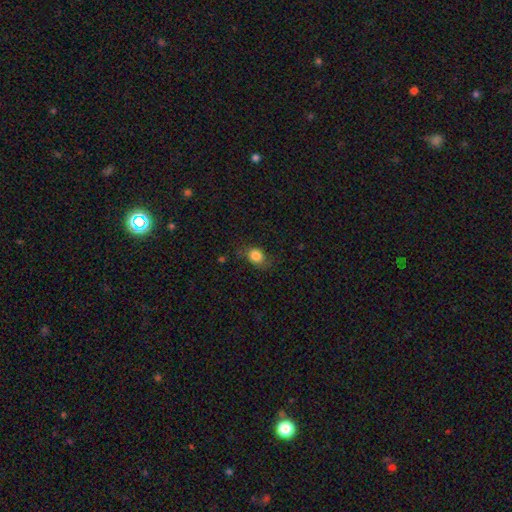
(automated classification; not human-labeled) This appears to be a smooth galaxy with no disk features (83%) that is round (50%). Merging: none (68%).